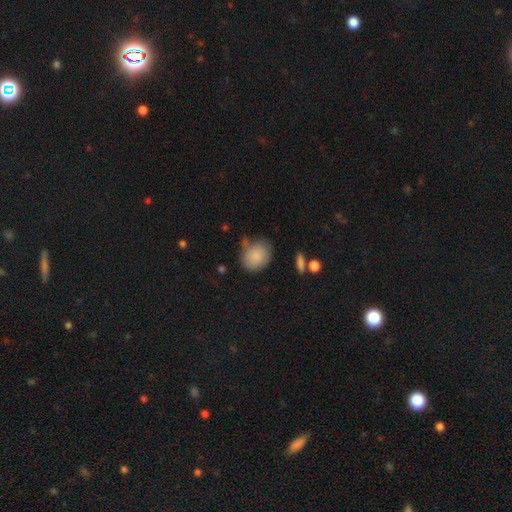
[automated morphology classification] Smooth or featured: smooth — 85% (featured or disk — 8%)
How rounded: round — 58% (in between — 41%)
Merging: none — 59% (minor disturbance — 26%)